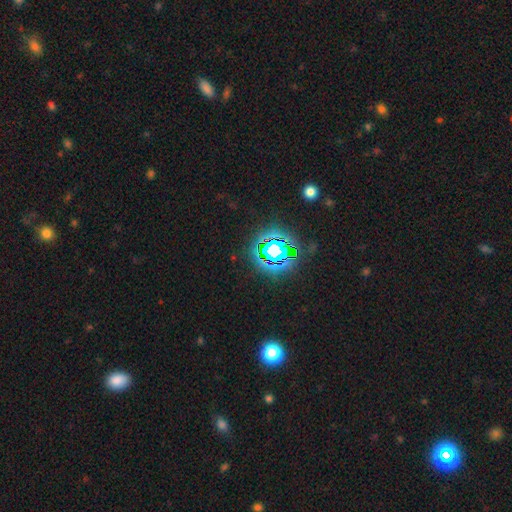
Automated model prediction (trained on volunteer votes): Smooth or featured?
  - star or artifact: 82% *
  - smooth: 12%
  - featured or disk: 7%